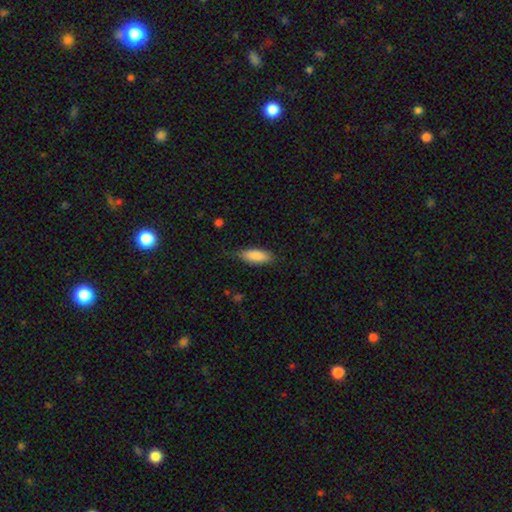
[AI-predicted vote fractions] This is clearly a smooth galaxy (86%). How rounded: likely in between (72%). Merging: likely none (76%).